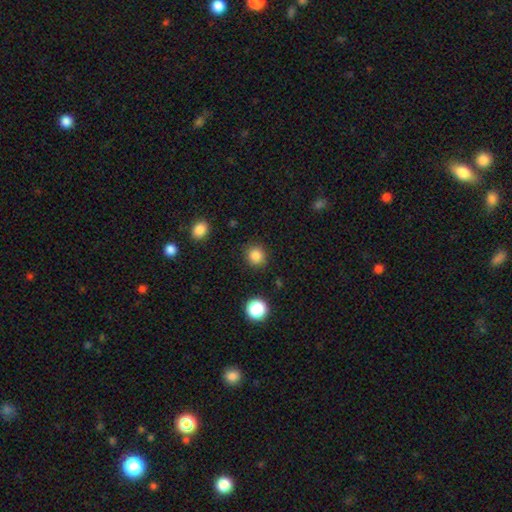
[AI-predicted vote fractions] smooth-or-featured: smooth: 85% | star or artifact: 12% | featured or disk: 4%
  how-rounded: round: 90% | in between: 9% | cigar-shaped: 1%
  merging: none: 88% | minor disturbance: 7% | major disturbance: 3% | merger: 2%